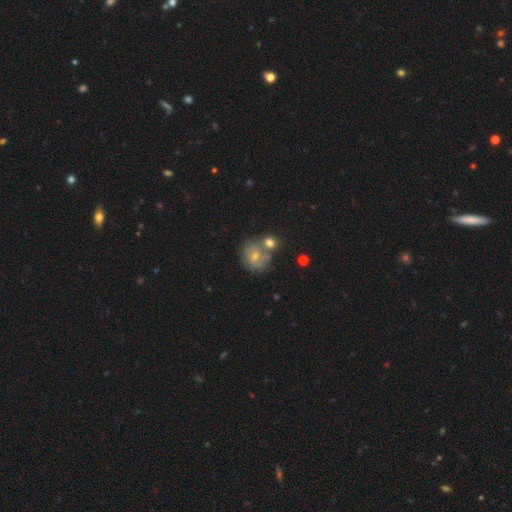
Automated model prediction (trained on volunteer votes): Smooth or featured? smooth (59%)
How rounded? round (80%)
Merging? none (42%)